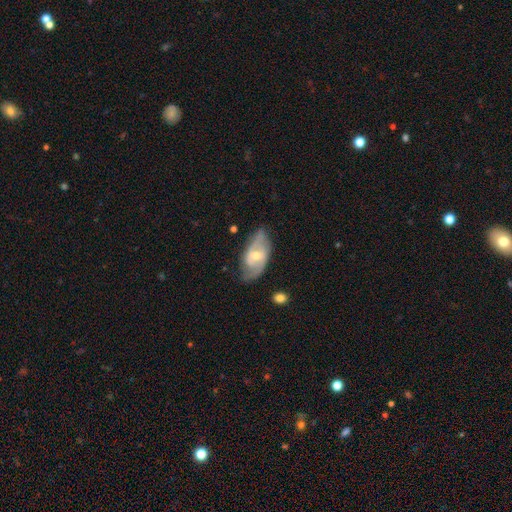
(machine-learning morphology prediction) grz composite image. It shows a featured or disk galaxy (72%) with no bar (46%), 2 (68%) medium (44%) spiral arms (82%) and a moderate central bulge (58%). Merging: none (67%).